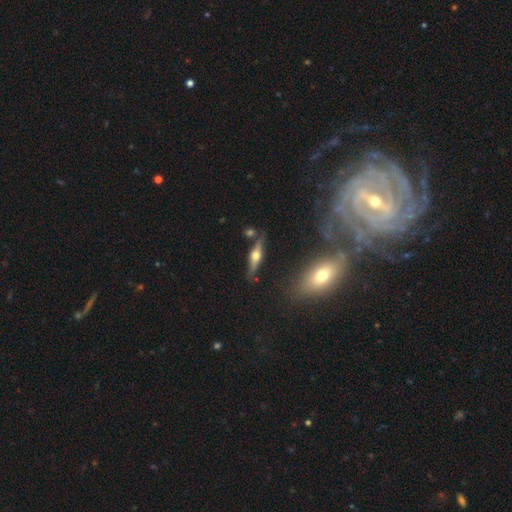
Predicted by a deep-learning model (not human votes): Smooth or featured?
  - featured or disk: 66% *
  - smooth: 27%
  - star or artifact: 7%
Edge-on disk?
  - yes: 94% *
  - no: 6%
Edge-on bulge?
  - rounded: 95% *
  - boxy: 4%
  - none: 2%
Merging?
  - none: 81% *
  - minor disturbance: 11%
  - merger: 5%
  - major disturbance: 3%